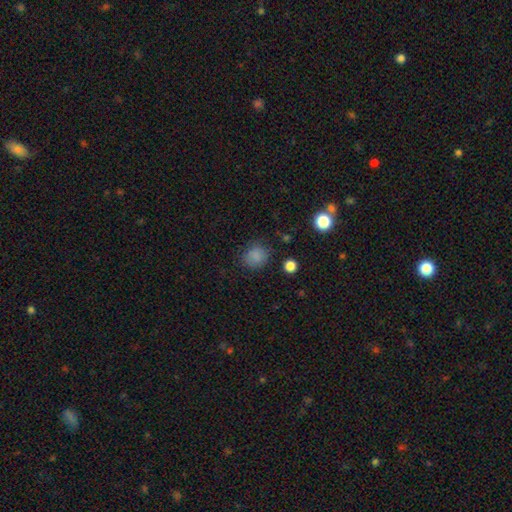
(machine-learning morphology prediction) Smooth or featured: smooth — 82% (star or artifact — 13%)
How rounded: round — 75% (in between — 24%)
Merging: none — 79% (minor disturbance — 15%)